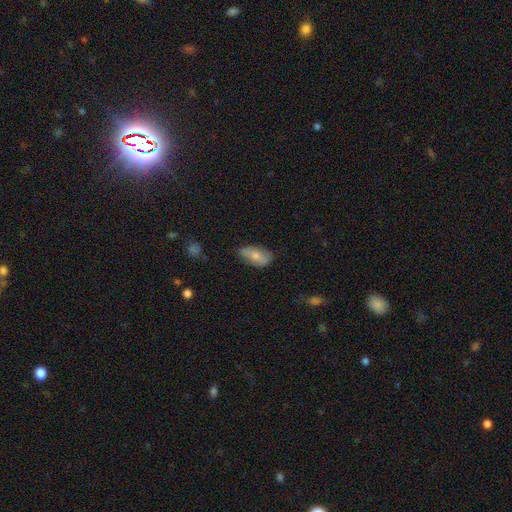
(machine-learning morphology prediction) A smooth galaxy with no disk features (69%) that is in between round and cigar-shaped (90%). Merging: none (65%).